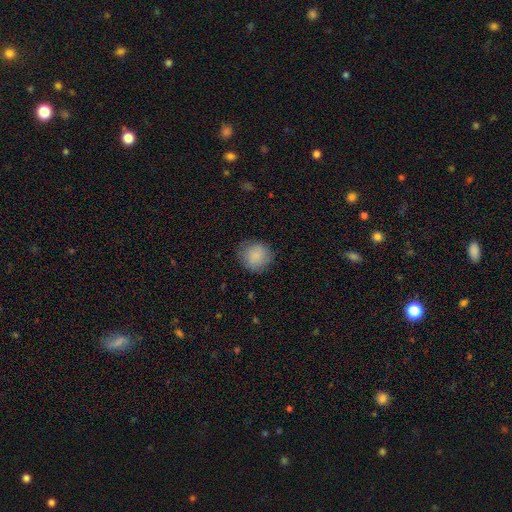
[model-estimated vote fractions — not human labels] This appears to be a smooth galaxy with no disk features (87%) that is round (88%). Merging: none (80%).